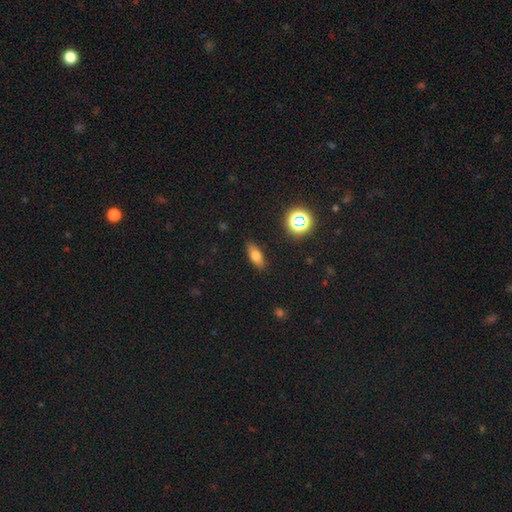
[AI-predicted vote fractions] A smooth galaxy with no disk features (72%) that is in between round and cigar-shaped (71%). Merging: none (87%).